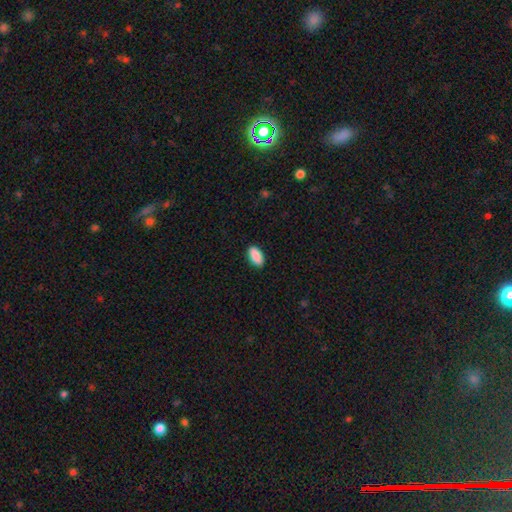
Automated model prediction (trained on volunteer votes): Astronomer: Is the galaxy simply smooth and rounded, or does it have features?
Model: smooth — 91%.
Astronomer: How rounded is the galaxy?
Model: in between — 93%.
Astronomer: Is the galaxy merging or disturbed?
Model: none — 89%.